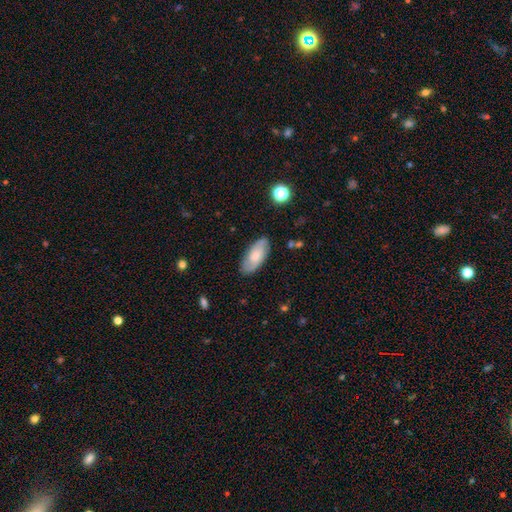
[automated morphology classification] Overall: smooth (52%; featured or disk 41%). How rounded: in between (88%). Merging: none (83%).